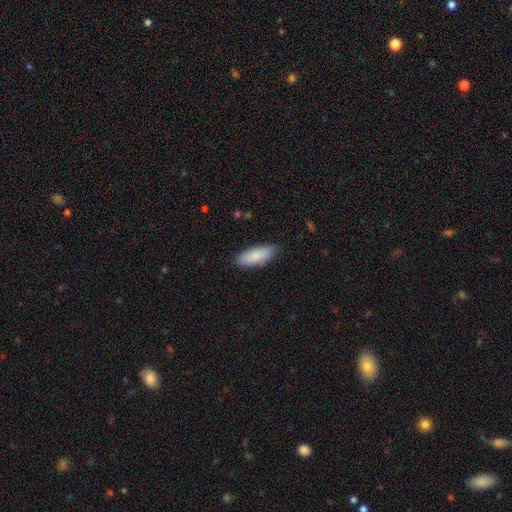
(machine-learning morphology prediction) type=smooth (86%); roundness=in between (77%); merging=none (83%).